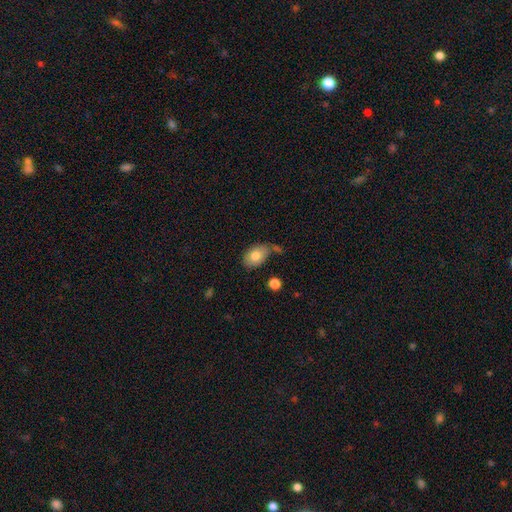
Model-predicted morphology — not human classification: A smooth galaxy with no disk features (79%) that is in between round and cigar-shaped (84%). Merging: none (61%).